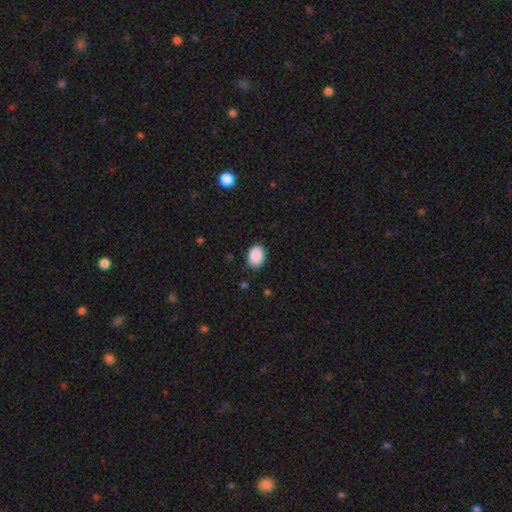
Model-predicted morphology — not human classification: Smooth or featured: smooth — 90% (star or artifact — 7%)
How rounded: in between — 74% (round — 25%)
Merging: none — 86% (minor disturbance — 11%)